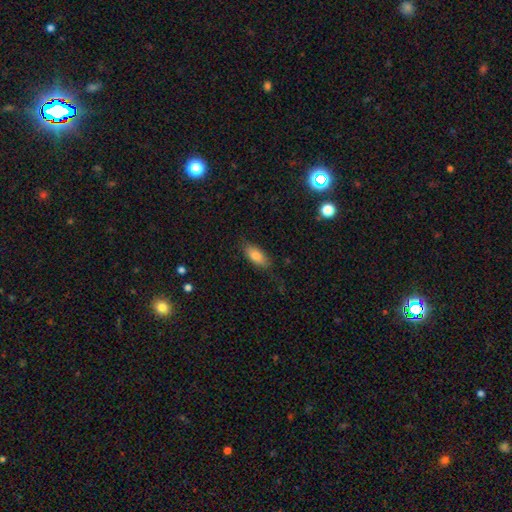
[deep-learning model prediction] The model was most divided on "merging": none: 79%, minor disturbance: 16%, major disturbance: 4%, merger: 1%. More confident: how rounded — in between (85%); smooth or featured — smooth (80%).